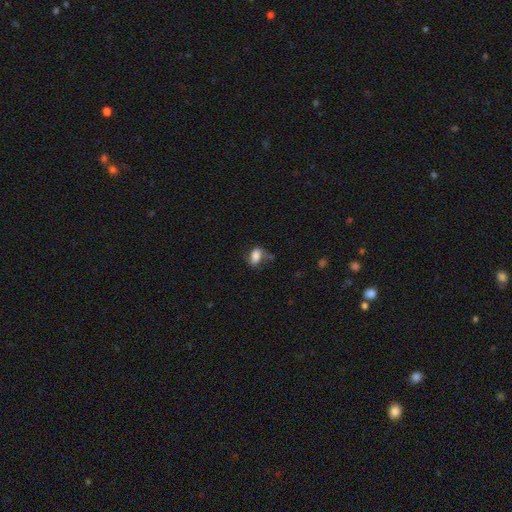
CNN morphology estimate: Overall: smooth (74%). How rounded: in between (85%). Merging: none (46%; minor disturbance 29%).